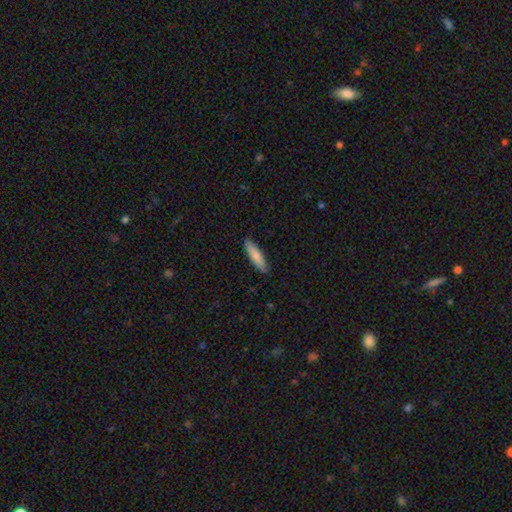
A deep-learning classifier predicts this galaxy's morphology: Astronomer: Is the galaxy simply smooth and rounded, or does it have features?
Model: smooth — 83%.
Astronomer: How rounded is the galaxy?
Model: cigar-shaped — 72%.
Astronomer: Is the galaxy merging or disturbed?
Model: none — 88%.